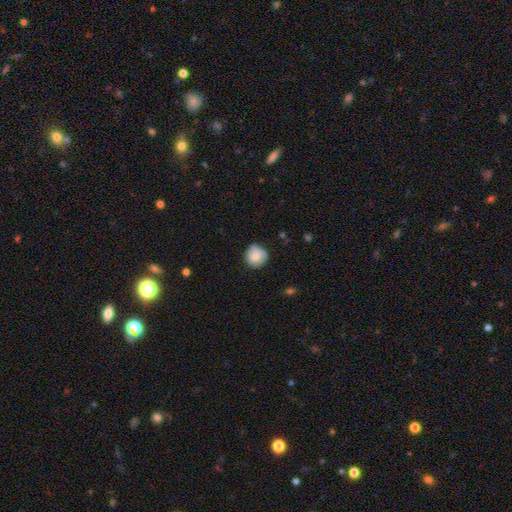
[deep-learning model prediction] Overall: smooth (74%). How rounded: round (89%). Merging: none (65%; minor disturbance 27%).